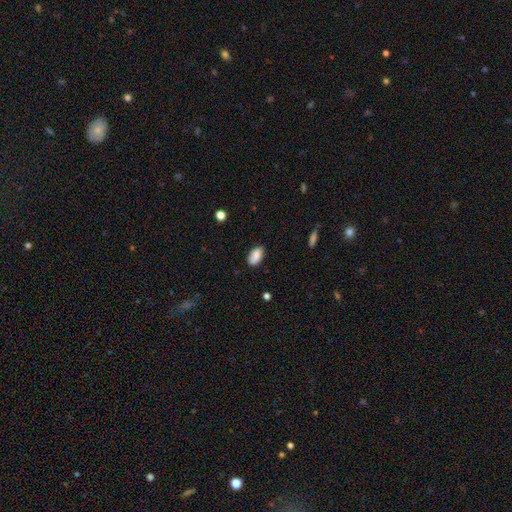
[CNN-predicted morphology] This appears to be a smooth galaxy with no disk features (81%) that is in between round and cigar-shaped (93%). Merging: none (77%).